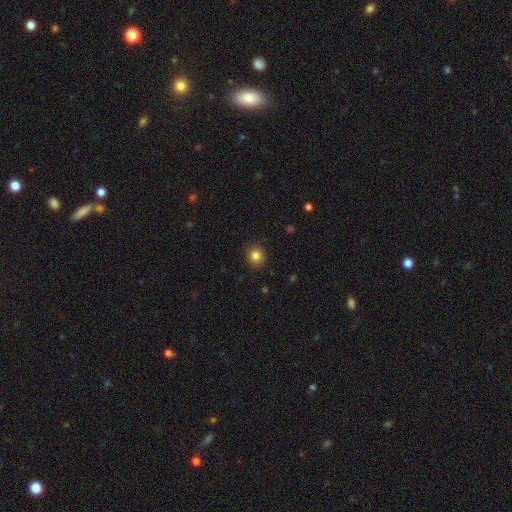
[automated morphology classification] This is clearly a smooth galaxy (83%). How rounded: clearly round (90%). Merging: clearly none (90%).